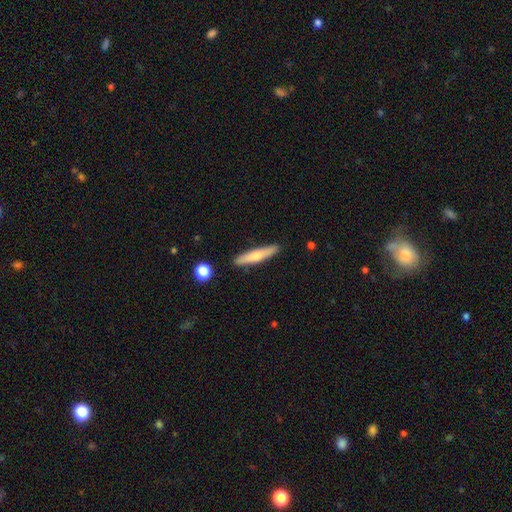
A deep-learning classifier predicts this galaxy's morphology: type=smooth (59%); roundness=cigar-shaped (89%); merging=none (89%).